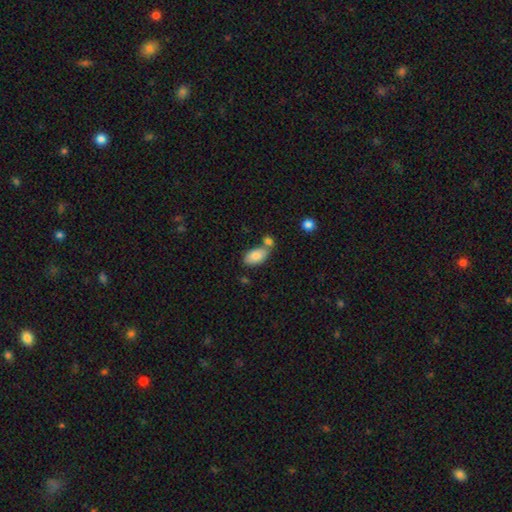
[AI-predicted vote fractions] smooth 83%, featured or disk 10%, star or artifact 7%. Down the decision tree: how rounded — in between (94%); merging — none (50%).